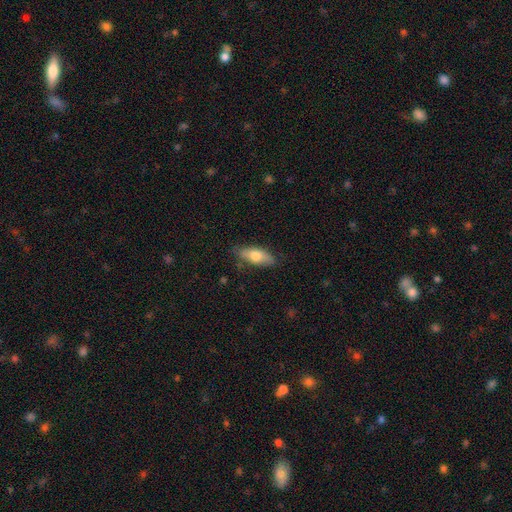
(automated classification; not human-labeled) A smooth galaxy with no disk features (69%) that is in between round and cigar-shaped (75%). Merging: none (78%).